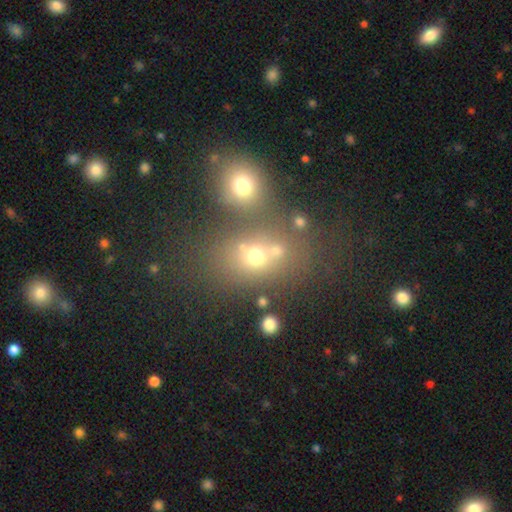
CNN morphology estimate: A smooth galaxy with no disk features (59%) that is round (56%).

Vote fractions:
- Smooth or featured? smooth: 59% / star or artifact: 24% / featured or disk: 18%
- How rounded? round: 56% / in between: 42% / cigar-shaped: 2%
- Merging? none: 43% / merger: 42% / minor disturbance: 9% / major disturbance: 5%